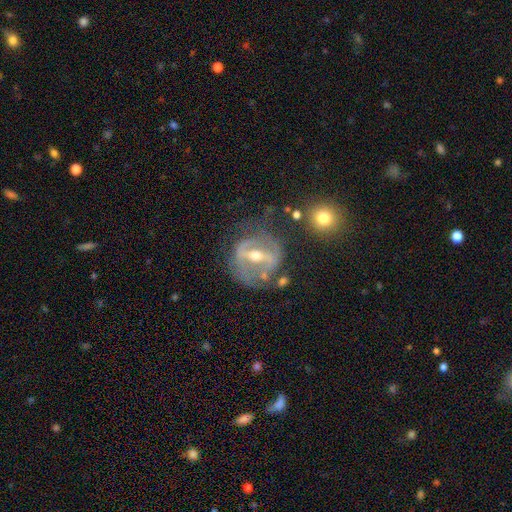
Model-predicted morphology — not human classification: Overall: featured or disk (82%). Edge-on disk: no (90%). Bar: strong (71%). Spiral arms: yes (60%; no 40%). Bulge size: moderate (69%). Merging: none (58%; minor disturbance 21%).